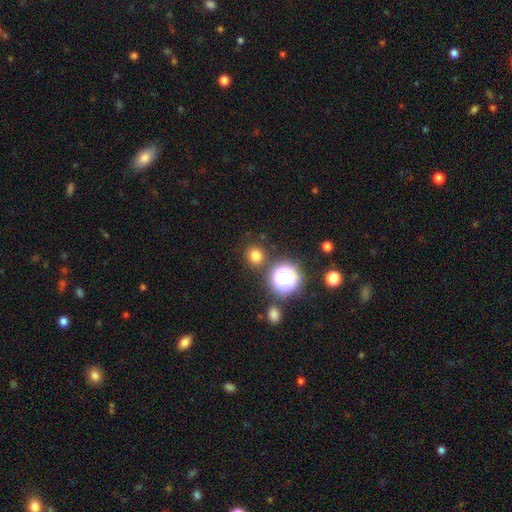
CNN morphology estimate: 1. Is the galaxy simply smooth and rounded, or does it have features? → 73% smooth, 21% star or artifact, 6% featured or disk.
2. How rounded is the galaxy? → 89% round, 10% in between, 1% cigar-shaped.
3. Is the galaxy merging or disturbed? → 85% none, 7% minor disturbance, 5% merger, 3% major disturbance.